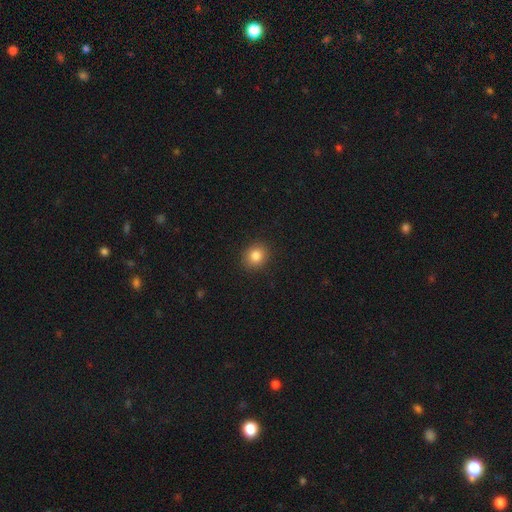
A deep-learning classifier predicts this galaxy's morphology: Smooth or featured: smooth — 84% (star or artifact — 10%)
How rounded: round — 74% (in between — 25%)
Merging: none — 90% (minor disturbance — 7%)